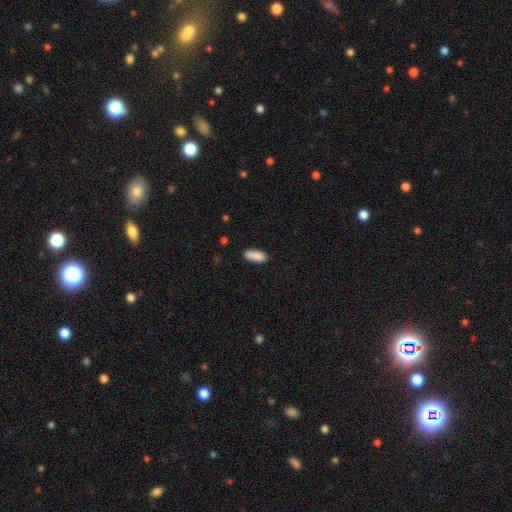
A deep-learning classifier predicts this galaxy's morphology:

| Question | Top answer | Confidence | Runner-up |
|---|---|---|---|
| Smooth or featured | smooth | 89% | star or artifact (7%) |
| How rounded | in between | 80% | cigar-shaped (18%) |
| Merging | none | 81% | minor disturbance (14%) |